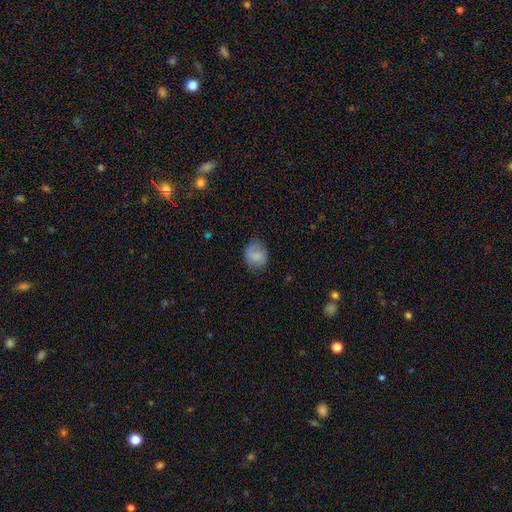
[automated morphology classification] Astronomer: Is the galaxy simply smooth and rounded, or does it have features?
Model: smooth — 75%.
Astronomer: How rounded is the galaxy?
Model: round — 60% (runner-up: in between, 39%).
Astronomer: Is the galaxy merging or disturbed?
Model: none — 70%.